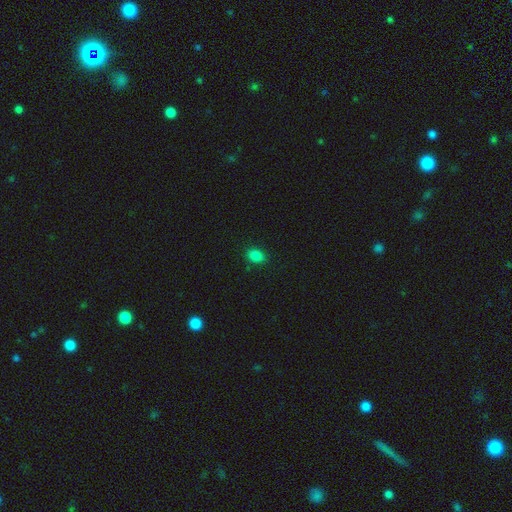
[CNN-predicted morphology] A smooth galaxy with no disk features (85%) that is in between round and cigar-shaped (76%). Merging: none (87%).